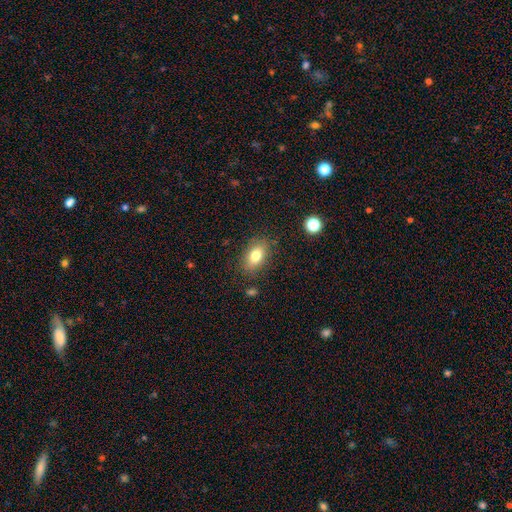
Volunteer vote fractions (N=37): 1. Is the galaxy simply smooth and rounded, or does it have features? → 86% smooth, 8% featured or disk, 5% star or artifact.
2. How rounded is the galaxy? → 91% in between, 6% round, 3% cigar-shaped.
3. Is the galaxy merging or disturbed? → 86% none, 9% major disturbance, 6% minor disturbance, 0% merger.